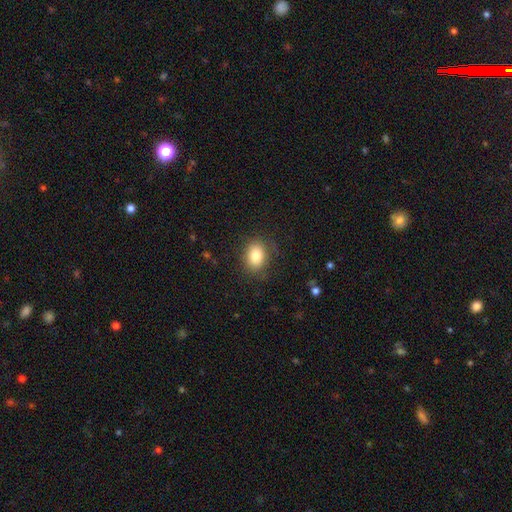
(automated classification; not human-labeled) smooth-or-featured: smooth: 83% | star or artifact: 9% | featured or disk: 8%
  how-rounded: in between: 67% | round: 32% | cigar-shaped: 1%
  merging: none: 81% | minor disturbance: 13% | major disturbance: 4% | merger: 1%